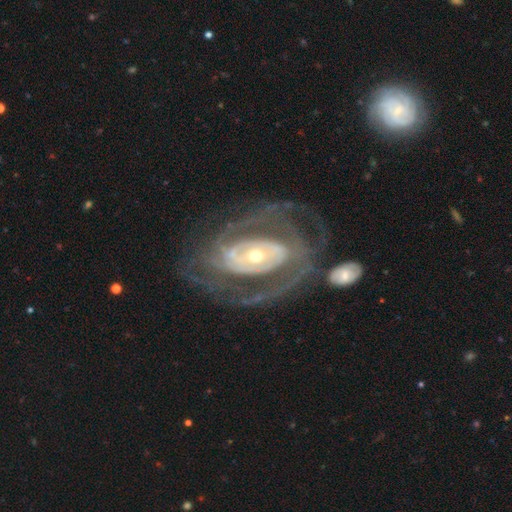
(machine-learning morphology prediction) A featured or disk galaxy (89%) with no bar (53%), 2 (39%) tight (54%) spiral arms (90%) and a moderate central bulge (49%).

Vote fractions:
- Smooth or featured? featured or disk: 89% / smooth: 7% / star or artifact: 5%
- Edge-on disk? no: 96% / yes: 4%
- Bar? no: 53% / weak: 26% / strong: 21%
- Spiral arms? yes: 90% / no: 10%
- Spiral winding? tight: 54% / medium: 33% / loose: 13%
- Spiral arm count? 2: 39% / can't tell: 26% / 3: 16% / 4: 7% / 1: 7% / more than 4: 6%
- Bulge size? moderate: 49% / small: 44% / large: 5% / dominant: 1% / none: 1%
- Merging? none: 57% / major disturbance: 22% / minor disturbance: 16% / merger: 5%